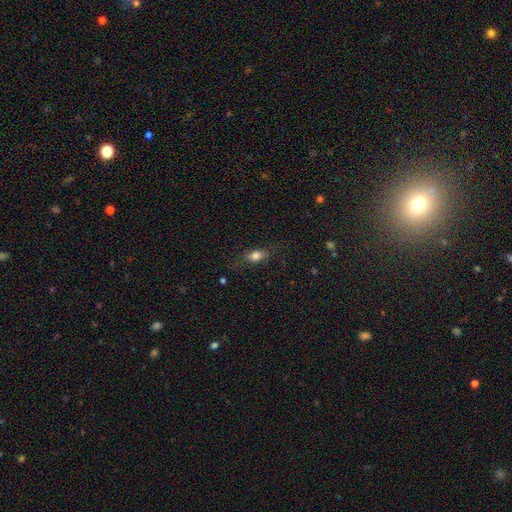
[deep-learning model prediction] A smooth galaxy with no disk features (74%) that is in between round and cigar-shaped (72%). Merging: none (72%).